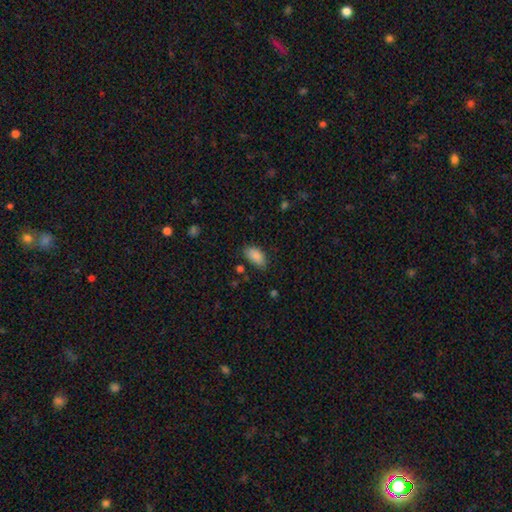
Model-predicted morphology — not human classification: Smooth or featured? smooth (87%)
How rounded? in between (93%)
Merging? none (70%)